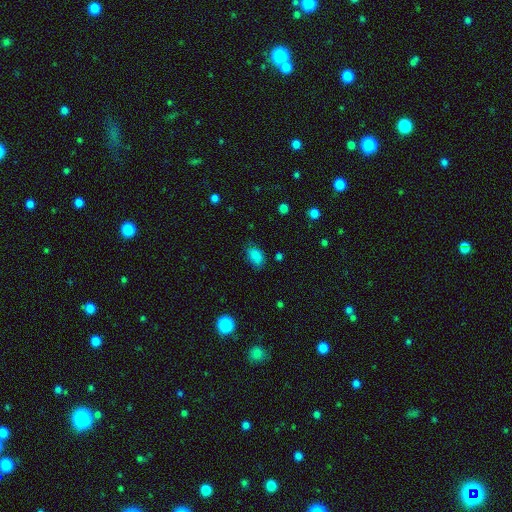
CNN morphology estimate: Smooth or featured?
  - smooth: 84% *
  - star or artifact: 11%
  - featured or disk: 5%
How rounded?
  - in between: 87% *
  - round: 12%
  - cigar-shaped: 2%
Merging?
  - none: 71% *
  - minor disturbance: 22%
  - major disturbance: 6%
  - merger: 2%